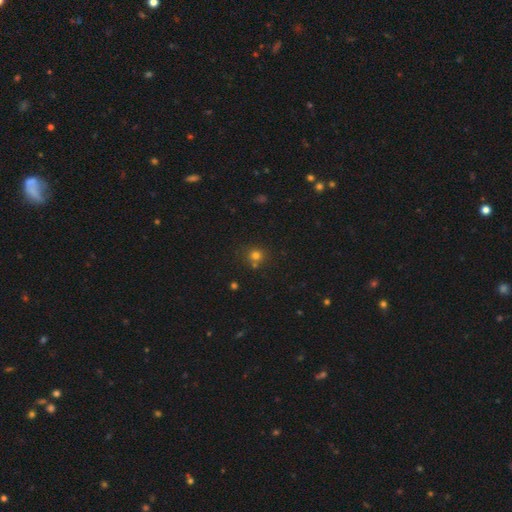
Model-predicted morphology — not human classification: This appears to be a smooth galaxy with no disk features (74%) that is round (88%). Merging: none (69%).